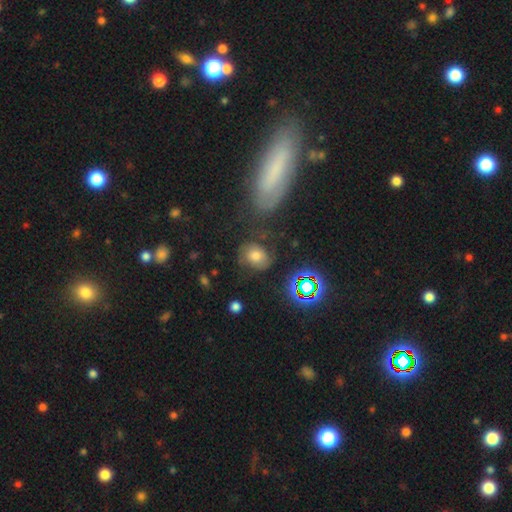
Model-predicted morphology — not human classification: Q: Smooth or featured?
A: smooth (54%); runner-up: featured or disk (27%)
Q: How rounded?
A: round (54%); runner-up: in between (45%)
Q: Merging?
A: none (61%); runner-up: minor disturbance (21%)